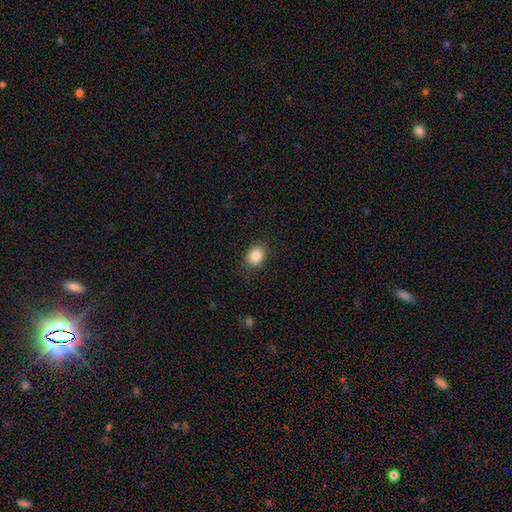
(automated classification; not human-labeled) This is clearly a smooth galaxy (86%). How rounded: possibly round (53%). Merging: clearly none (86%).